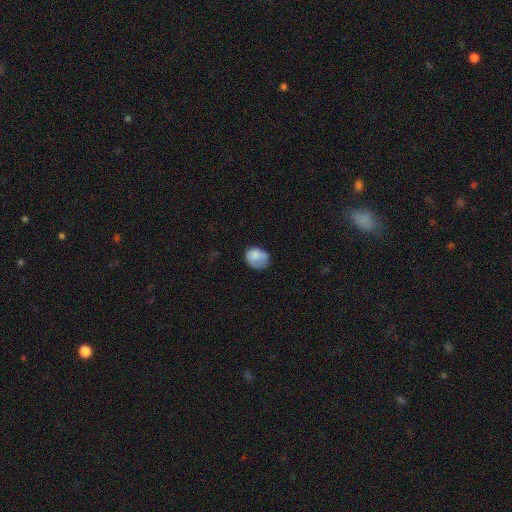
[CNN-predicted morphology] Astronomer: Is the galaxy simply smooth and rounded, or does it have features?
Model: smooth — 78%.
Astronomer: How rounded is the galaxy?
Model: round — 56% (runner-up: in between, 43%).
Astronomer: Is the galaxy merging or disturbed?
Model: none — 48% (runner-up: minor disturbance, 32%).